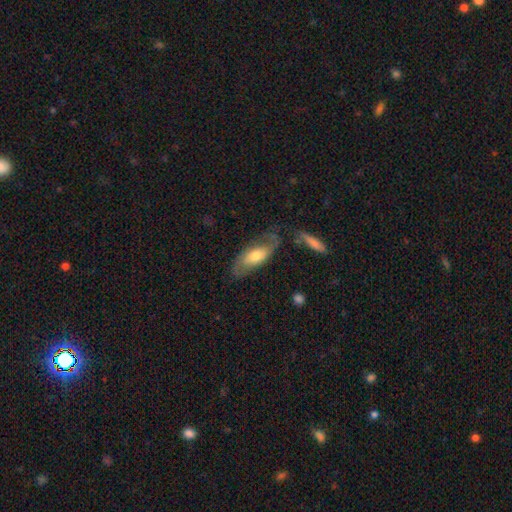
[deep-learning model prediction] The model was most divided on "smooth or featured": featured or disk: 50%, smooth: 43%, star or artifact: 6%. More confident: edge-on disk — no (79%); merging — none (61%).